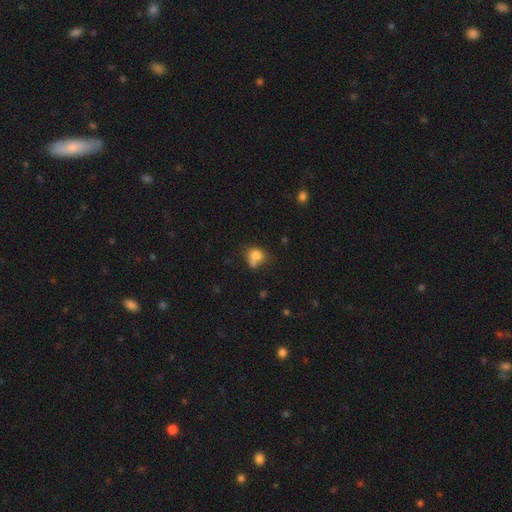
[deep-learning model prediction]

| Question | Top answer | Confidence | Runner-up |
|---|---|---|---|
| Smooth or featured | smooth | 77% | star or artifact (11%) |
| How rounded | round | 59% | in between (40%) |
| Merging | none | 38% | merger (26%) |